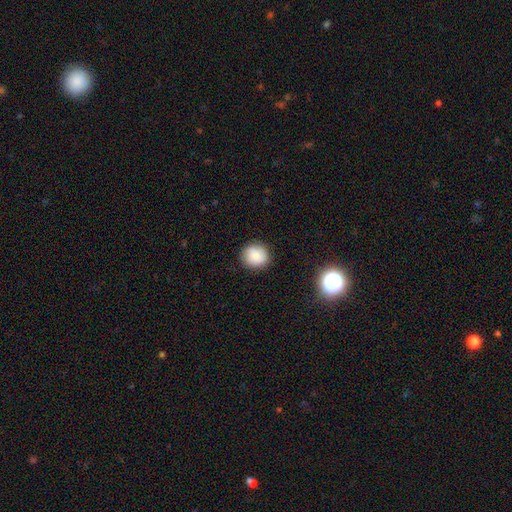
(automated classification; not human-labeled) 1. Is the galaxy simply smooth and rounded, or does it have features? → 84% smooth, 9% star or artifact, 7% featured or disk.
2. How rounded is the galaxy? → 86% round, 13% in between, 1% cigar-shaped.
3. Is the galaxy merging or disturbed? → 87% none, 10% minor disturbance, 2% major disturbance, 1% merger.